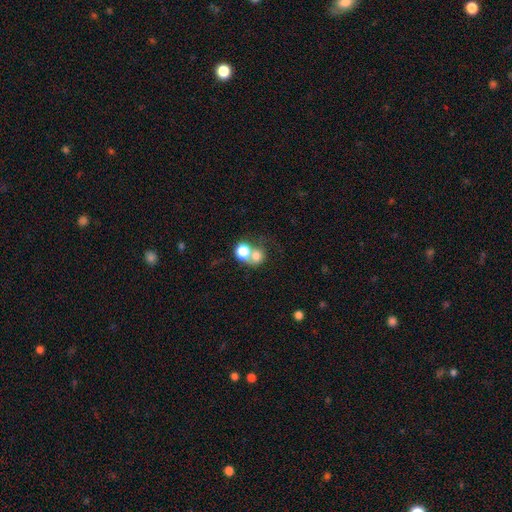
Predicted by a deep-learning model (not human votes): Smooth or featured?
  - smooth: 73% *
  - featured or disk: 15%
  - star or artifact: 13%
How rounded?
  - round: 69% *
  - in between: 30%
  - cigar-shaped: 1%
Merging?
  - merger: 58% *
  - none: 29%
  - minor disturbance: 7%
  - major disturbance: 6%